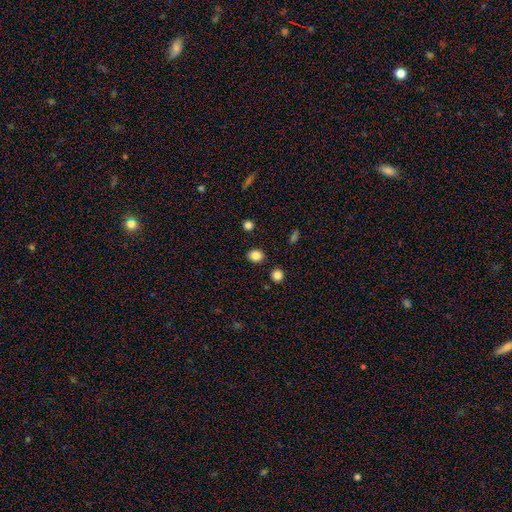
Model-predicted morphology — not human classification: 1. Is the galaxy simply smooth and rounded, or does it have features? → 84% smooth, 11% star or artifact, 5% featured or disk.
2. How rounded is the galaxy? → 62% round, 37% in between, 1% cigar-shaped.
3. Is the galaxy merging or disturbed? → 88% none, 7% minor disturbance, 3% merger, 2% major disturbance.